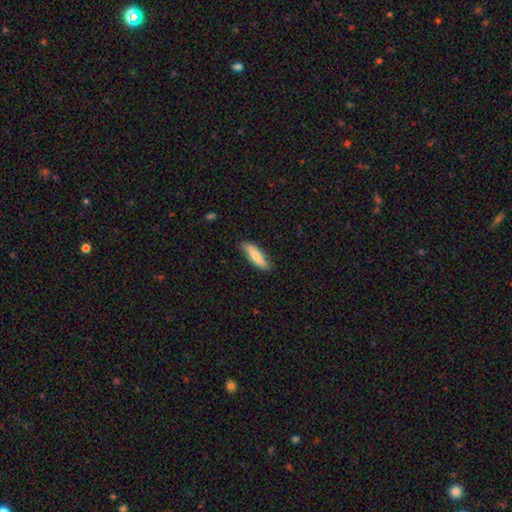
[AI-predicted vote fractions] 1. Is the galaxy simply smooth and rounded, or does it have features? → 65% smooth, 29% featured or disk, 6% star or artifact.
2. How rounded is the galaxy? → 61% cigar-shaped, 37% in between, 2% round.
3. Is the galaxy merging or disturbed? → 83% none, 13% minor disturbance, 2% major disturbance, 1% merger.